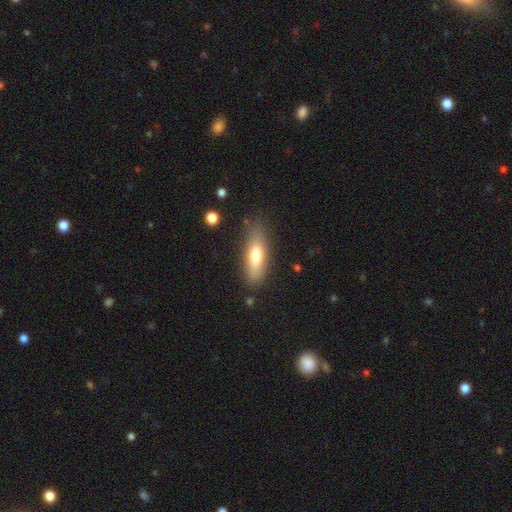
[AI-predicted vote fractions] Morphology: type=smooth (73%); roundness=in between (55%); merging=none (81%).